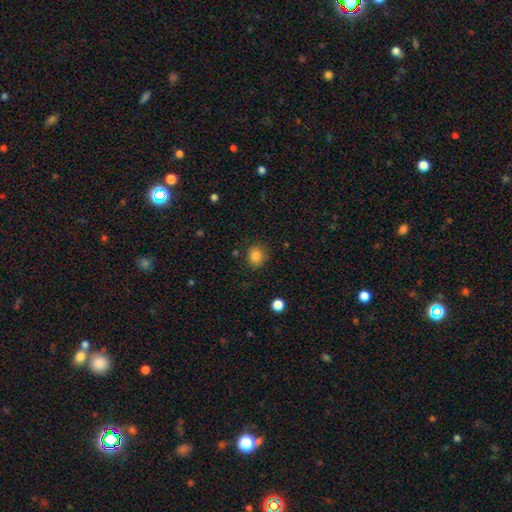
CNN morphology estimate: smooth_or_featured: smooth (p=0.84) [alt: star or artifact p=0.11]
how_rounded: round (p=0.81) [alt: in between p=0.18]
merging: none (p=0.84) [alt: minor disturbance p=0.11]